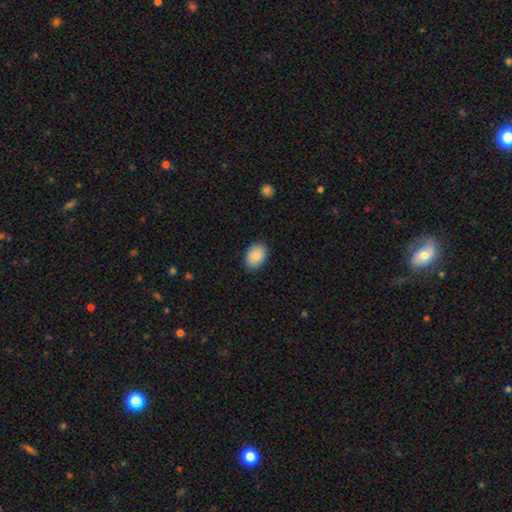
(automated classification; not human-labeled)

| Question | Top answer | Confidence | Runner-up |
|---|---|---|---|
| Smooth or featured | smooth | 89% | star or artifact (7%) |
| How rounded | in between | 81% | round (18%) |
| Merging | none | 88% | minor disturbance (9%) |